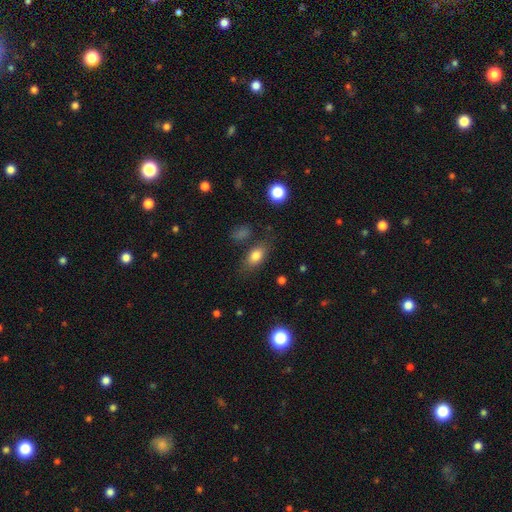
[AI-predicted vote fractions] Smooth or featured?
  - smooth: 80% *
  - featured or disk: 10%
  - star or artifact: 10%
How rounded?
  - in between: 83% *
  - round: 11%
  - cigar-shaped: 6%
Merging?
  - none: 75% *
  - minor disturbance: 15%
  - major disturbance: 5%
  - merger: 5%